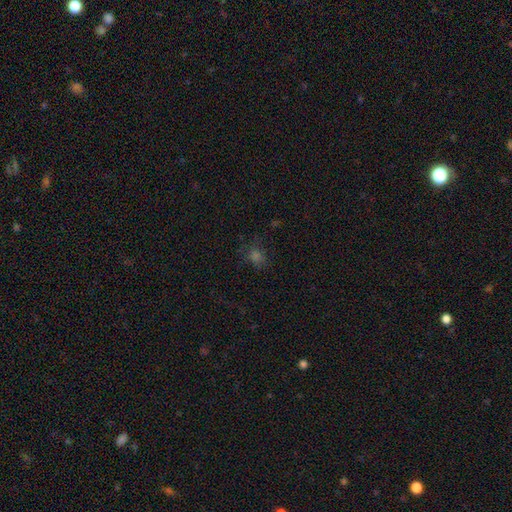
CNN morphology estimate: smooth_or_featured: smooth (p=0.51) [alt: star or artifact p=0.37]
how_rounded: round (p=0.70) [alt: in between p=0.29]
merging: none (p=0.74) [alt: minor disturbance p=0.15]